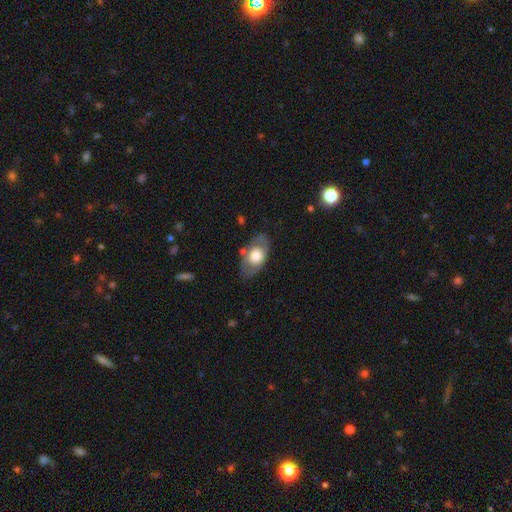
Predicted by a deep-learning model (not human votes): smooth-or-featured: smooth: 53% | featured or disk: 41% | star or artifact: 6%
  how-rounded: in between: 87% | round: 11% | cigar-shaped: 2%
  merging: none: 72% | minor disturbance: 18% | major disturbance: 7% | merger: 3%